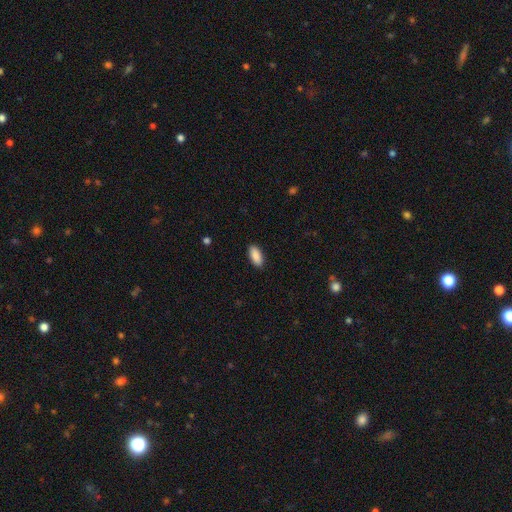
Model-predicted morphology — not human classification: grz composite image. It shows a smooth galaxy with no disk features (90%) that is in between round and cigar-shaped (89%). Merging: none (90%).